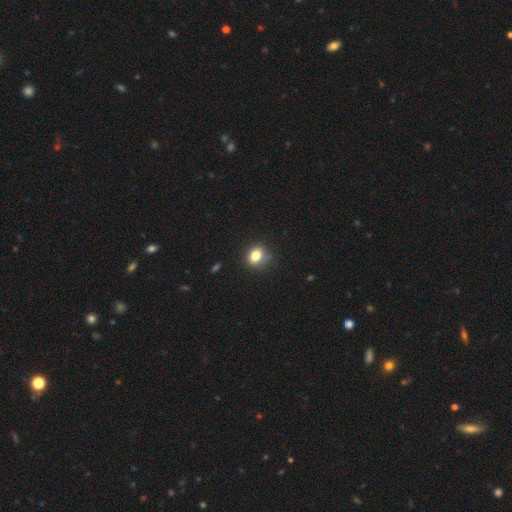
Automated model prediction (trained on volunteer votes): Q: Smooth or featured?
A: smooth (81%); runner-up: star or artifact (11%)
Q: How rounded?
A: in between (52%); runner-up: round (47%)
Q: Merging?
A: none (79%); runner-up: minor disturbance (16%)